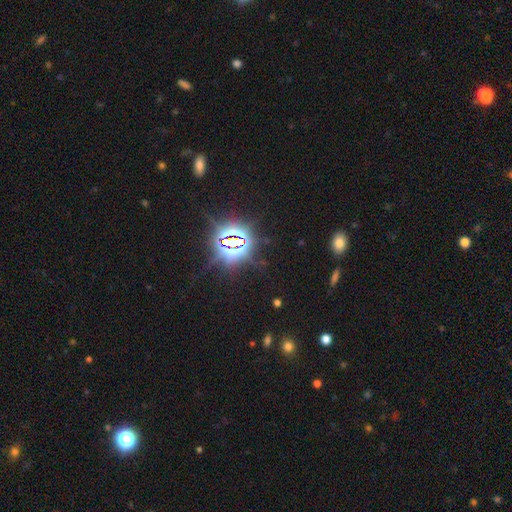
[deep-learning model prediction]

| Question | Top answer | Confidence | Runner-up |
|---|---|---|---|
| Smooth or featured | star or artifact | 84% | smooth (10%) |